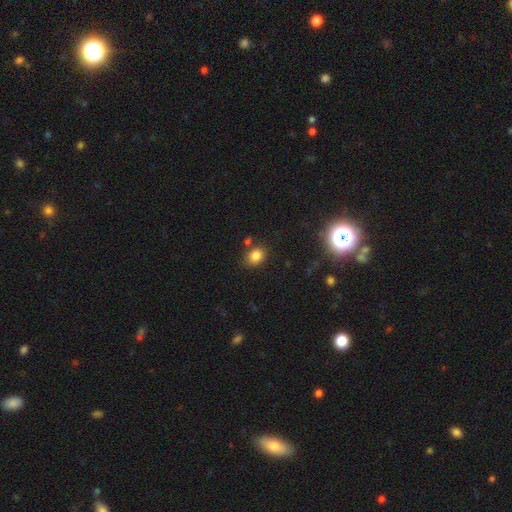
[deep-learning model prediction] Smooth or featured?
  - smooth: 82% *
  - star or artifact: 12%
  - featured or disk: 6%
How rounded?
  - round: 51% *
  - in between: 48%
  - cigar-shaped: 1%
Merging?
  - none: 76% *
  - minor disturbance: 12%
  - merger: 8%
  - major disturbance: 4%